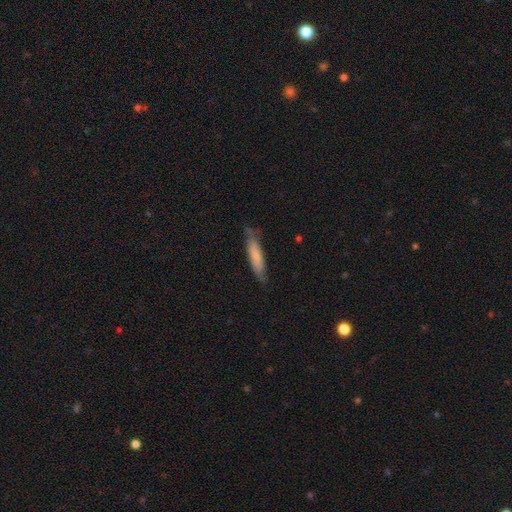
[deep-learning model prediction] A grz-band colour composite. It shows a smooth galaxy with no disk features (72%) that is cigar-shaped (78%). Merging: none (71%).